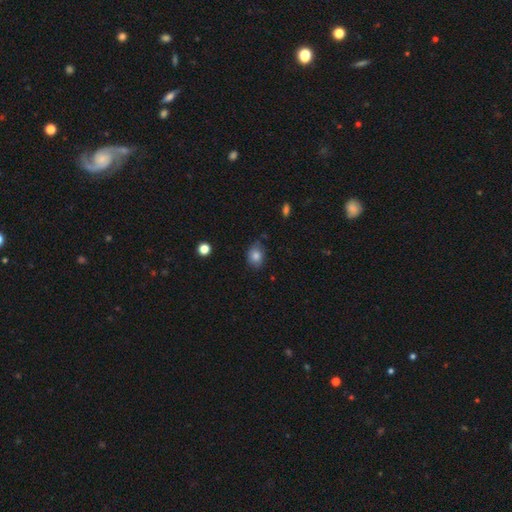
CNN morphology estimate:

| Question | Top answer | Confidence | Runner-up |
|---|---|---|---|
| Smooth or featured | smooth | 82% | star or artifact (10%) |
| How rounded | in between | 61% | round (38%) |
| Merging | none | 74% | minor disturbance (20%) |